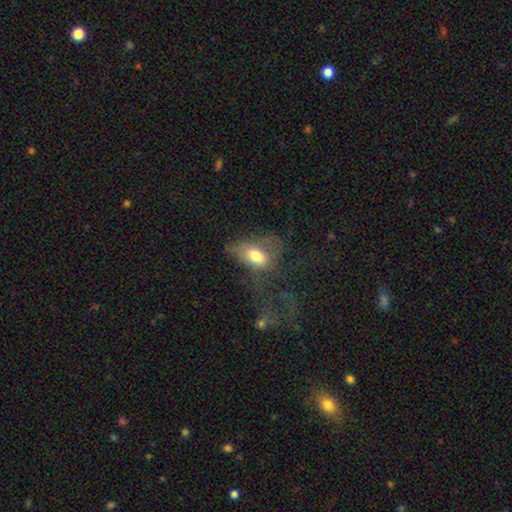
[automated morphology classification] A smooth galaxy with no disk features (68%) that is in between round and cigar-shaped (83%). Merging: major disturbance (51%).